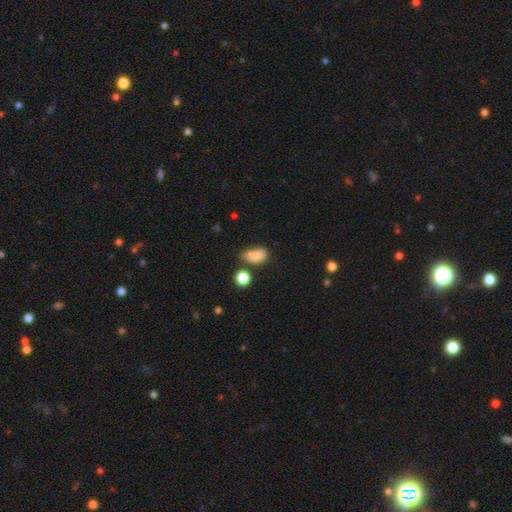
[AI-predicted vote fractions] The model was most divided on "merging": none: 41%, minor disturbance: 28%, merger: 20%, major disturbance: 10%. More confident: how rounded — in between (80%); smooth or featured — smooth (77%).